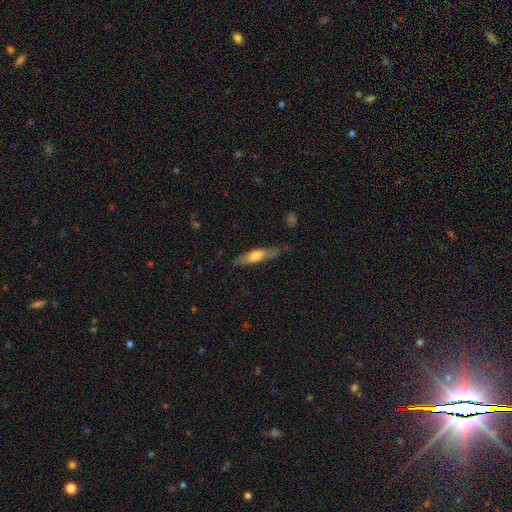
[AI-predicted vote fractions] A smooth galaxy with no disk features (58%) that is cigar-shaped (73%).

Vote fractions:
- Smooth or featured? smooth: 58% / featured or disk: 37% / star or artifact: 6%
- How rounded? cigar-shaped: 73% / in between: 25% / round: 2%
- Merging? none: 75% / minor disturbance: 18% / major disturbance: 5% / merger: 2%